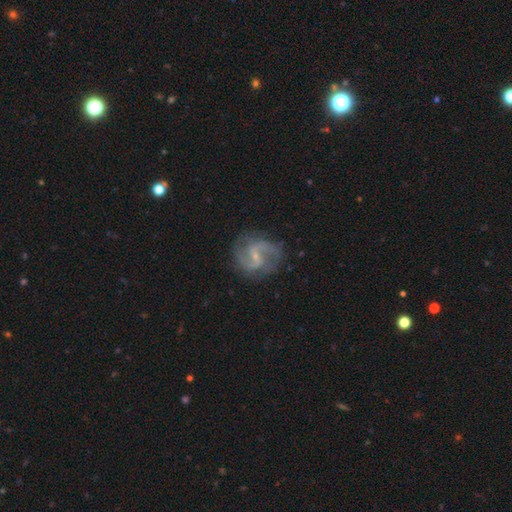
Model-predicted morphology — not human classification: smooth_or_featured: featured or disk (p=0.87) [alt: smooth p=0.08]
disk_edge_on: no (p=0.98) [alt: yes p=0.02]
bar: weak (p=0.54) [alt: no p=0.24]
has_spiral_arms: yes (p=0.96) [alt: no p=0.04]
spiral_winding: medium (p=0.52) [alt: loose p=0.35]
spiral_arm_count: 2 (p=0.90) [alt: can't tell p=0.04]
bulge_size: small (p=0.73) [alt: moderate p=0.18]
merging: none (p=0.77) [alt: minor disturbance p=0.15]